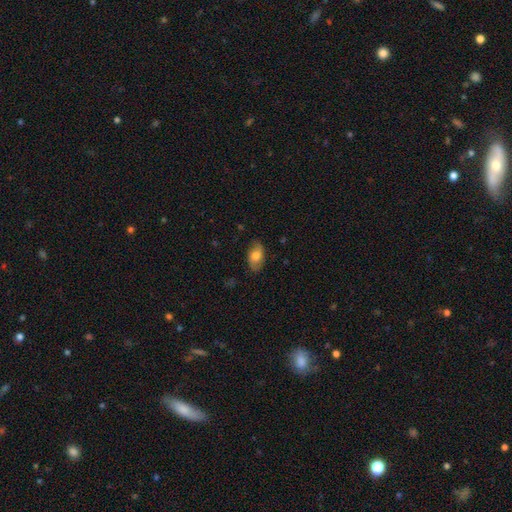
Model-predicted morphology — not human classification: The model was most divided on "smooth or featured": smooth: 69%, featured or disk: 24%, star or artifact: 7%. More confident: how rounded — in between (91%); merging — none (80%).